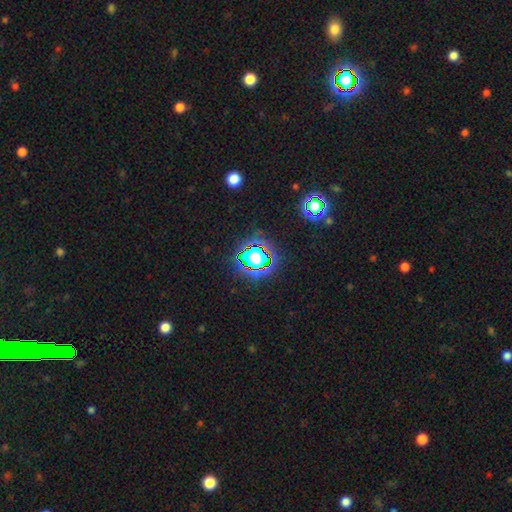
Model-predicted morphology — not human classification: Smooth or featured? Predicted: star or artifact (p=0.76).